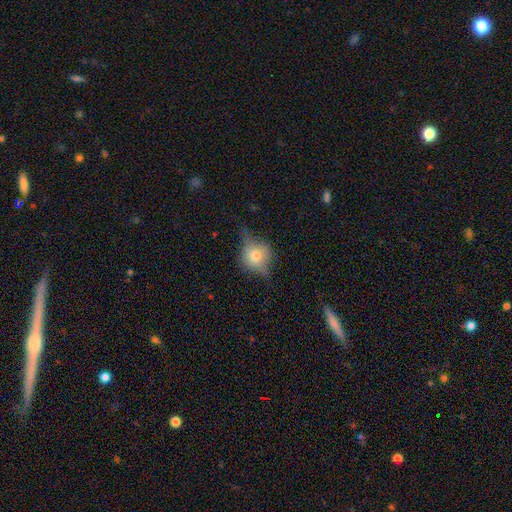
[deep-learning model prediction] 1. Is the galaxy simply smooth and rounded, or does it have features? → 54% smooth, 35% featured or disk, 11% star or artifact.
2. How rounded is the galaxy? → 75% round, 22% in between, 2% cigar-shaped.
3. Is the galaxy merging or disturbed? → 54% none, 32% minor disturbance, 13% major disturbance, 2% merger.